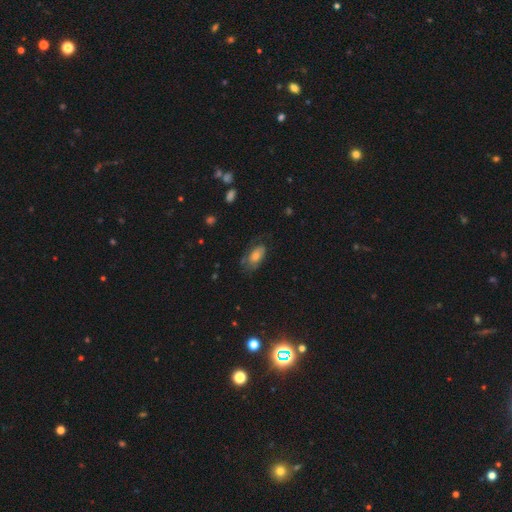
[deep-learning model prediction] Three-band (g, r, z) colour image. It shows a smooth galaxy with no disk features (53%) that is in between round and cigar-shaped (89%). Merging: none (60%).